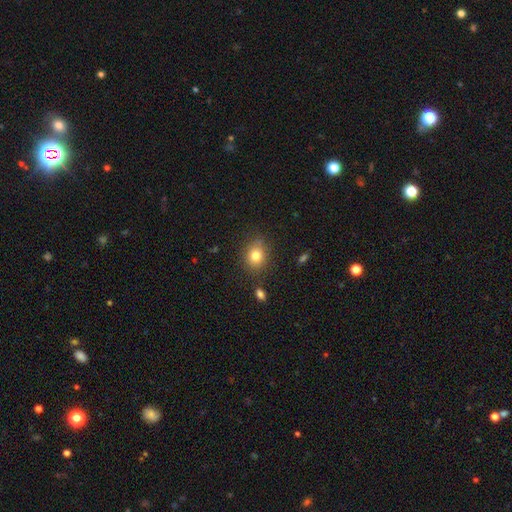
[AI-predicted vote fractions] smooth_or_featured: smooth (p=0.81) [alt: star or artifact p=0.11]
how_rounded: round (p=0.57) [alt: in between p=0.42]
merging: none (p=0.81) [alt: minor disturbance p=0.13]